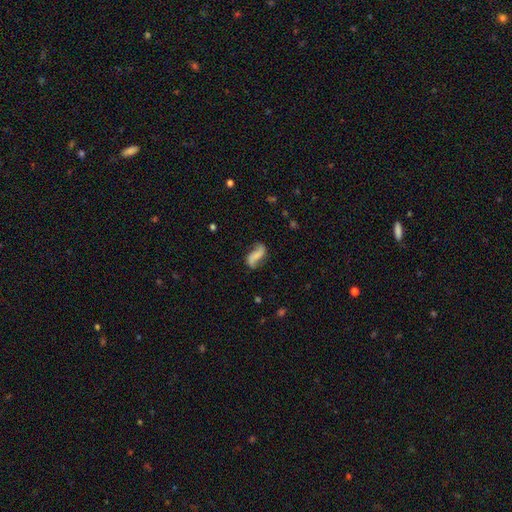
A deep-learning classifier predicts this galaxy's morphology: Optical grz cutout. It shows a featured or disk galaxy (65%) with no bar (42%), 2 (91%) loose (78%) spiral arms (92%) and no central bulge (61%). Merging: none (70%).